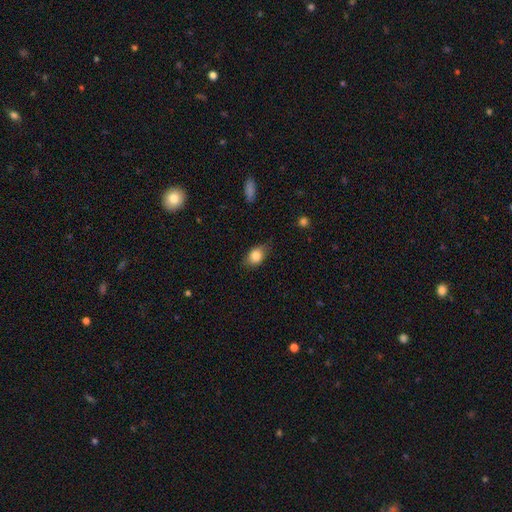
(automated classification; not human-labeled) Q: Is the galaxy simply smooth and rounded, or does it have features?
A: smooth — 82%.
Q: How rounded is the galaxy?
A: in between — 78%.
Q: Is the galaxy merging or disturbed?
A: none — 74%.